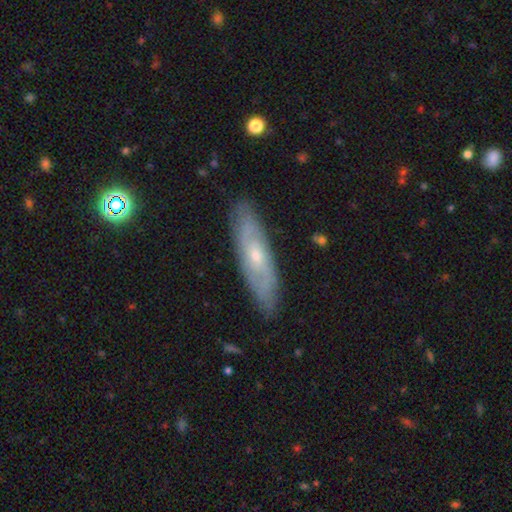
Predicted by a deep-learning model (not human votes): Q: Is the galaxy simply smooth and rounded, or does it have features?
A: featured or disk — 66%.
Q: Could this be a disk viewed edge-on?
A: no — 70%.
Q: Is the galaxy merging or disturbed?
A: none — 83%.